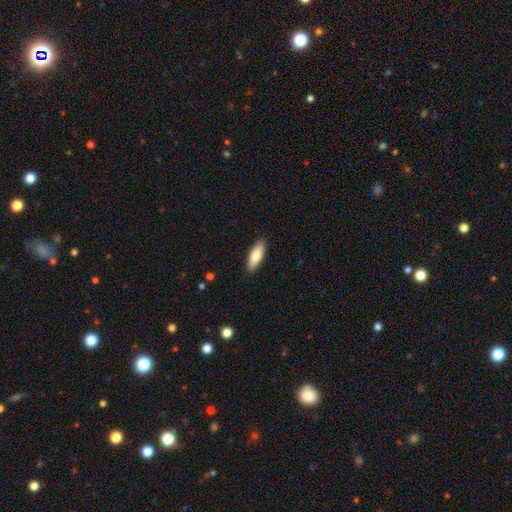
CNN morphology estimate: smooth_or_featured: smooth (p=0.76) [alt: featured or disk p=0.18]
how_rounded: in between (p=0.59) [alt: cigar-shaped p=0.39]
merging: none (p=0.90) [alt: minor disturbance p=0.07]